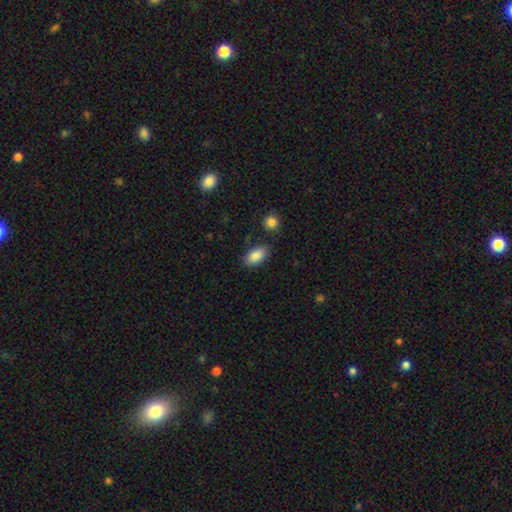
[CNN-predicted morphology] A smooth galaxy with no disk features (88%) that is in between round and cigar-shaped (93%).

Vote fractions:
- Smooth or featured? smooth: 88% / star or artifact: 7% / featured or disk: 5%
- How rounded? in between: 93% / round: 4% / cigar-shaped: 3%
- Merging? none: 82% / minor disturbance: 12% / merger: 4% / major disturbance: 3%